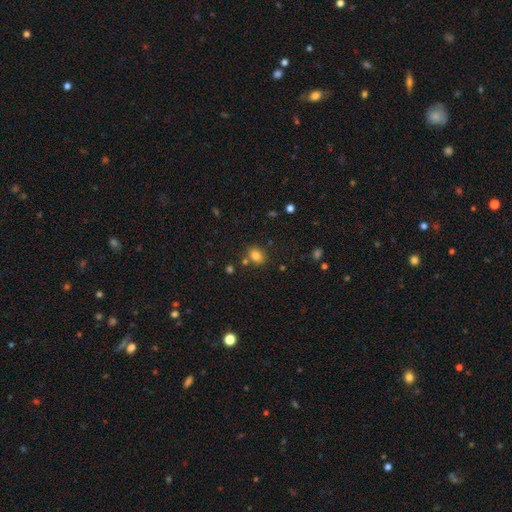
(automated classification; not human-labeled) Overall: smooth (80%). How rounded: in between (54%; round 45%). Merging: none (75%).